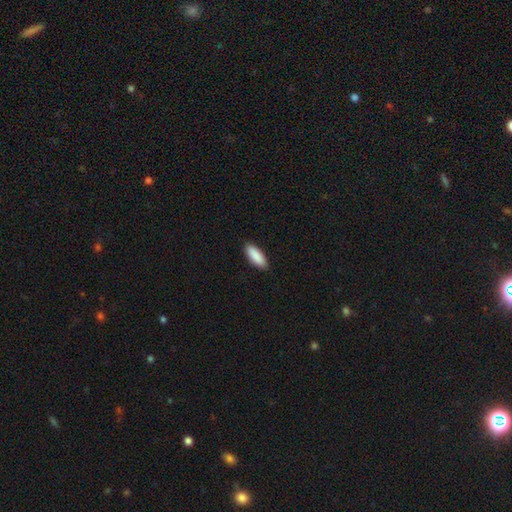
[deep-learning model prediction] This appears to be a smooth galaxy with no disk features (90%) that is in between round and cigar-shaped (68%). Merging: none (89%).